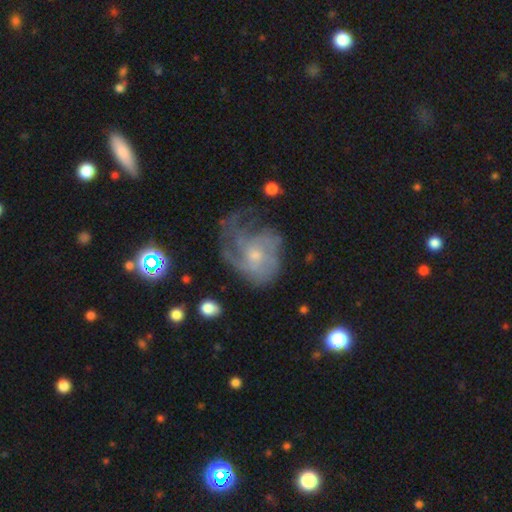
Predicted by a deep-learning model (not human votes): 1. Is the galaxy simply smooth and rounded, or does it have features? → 71% featured or disk, 20% smooth, 9% star or artifact.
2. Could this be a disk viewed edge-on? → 97% no, 3% yes.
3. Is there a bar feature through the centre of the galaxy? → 76% no, 21% weak, 3% strong.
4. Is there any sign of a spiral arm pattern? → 77% yes, 23% no.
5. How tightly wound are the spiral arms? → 40% medium, 33% tight, 28% loose.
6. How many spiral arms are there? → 43% can't tell, 16% 3, 16% 2, 11% 1, 8% 4, 5% more than 4.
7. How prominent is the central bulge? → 57% small, 35% moderate, 4% none, 2% large, 1% dominant.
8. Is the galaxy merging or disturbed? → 42% major disturbance, 32% none, 23% minor disturbance, 3% merger.